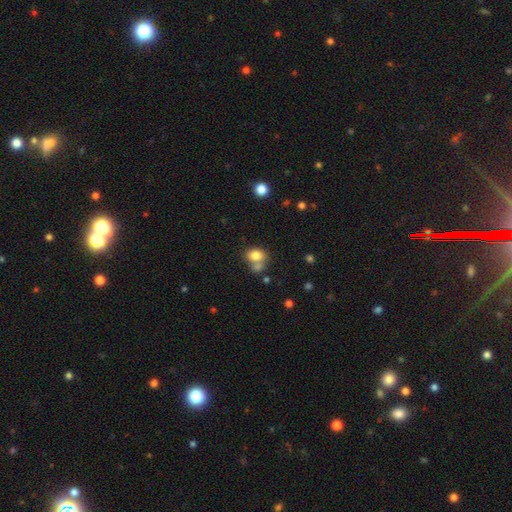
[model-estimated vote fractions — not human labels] smooth-or-featured: smooth: 79% | star or artifact: 10% | featured or disk: 10%
  how-rounded: in between: 59% | round: 40% | cigar-shaped: 1%
  merging: none: 44% | merger: 37% | minor disturbance: 13% | major disturbance: 6%